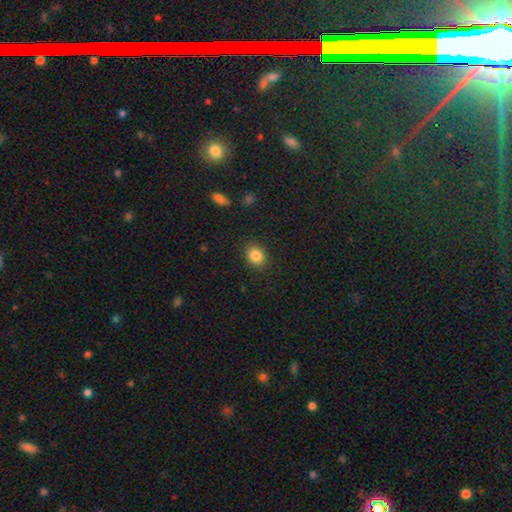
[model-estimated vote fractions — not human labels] Morphology: type=smooth (85%); roundness=round (59%); merging=none (88%).